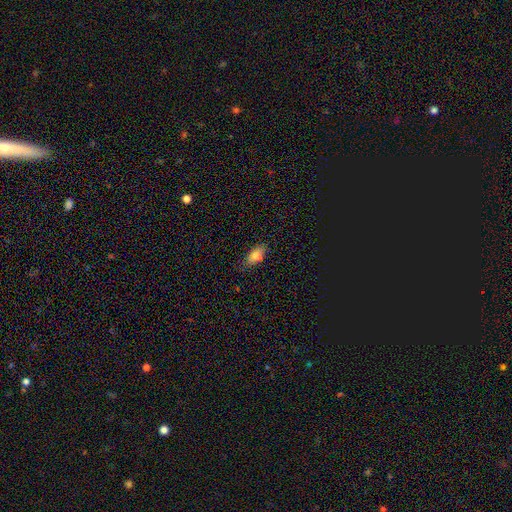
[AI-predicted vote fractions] A smooth galaxy with no disk features (75%) that is in between round and cigar-shaped (85%).

Vote fractions:
- Smooth or featured? smooth: 75% / star or artifact: 13% / featured or disk: 12%
- How rounded? in between: 85% / cigar-shaped: 9% / round: 5%
- Merging? none: 73% / minor disturbance: 17% / merger: 6% / major disturbance: 4%